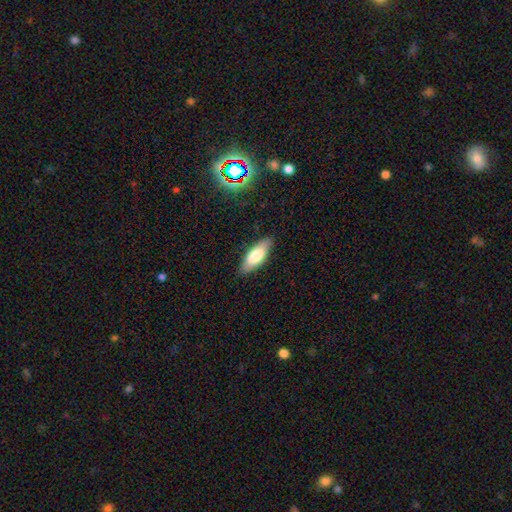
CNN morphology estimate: Smooth or featured?
  - smooth: 75% *
  - featured or disk: 19%
  - star or artifact: 6%
How rounded?
  - in between: 71% *
  - cigar-shaped: 27%
  - round: 2%
Merging?
  - none: 85% *
  - minor disturbance: 12%
  - major disturbance: 2%
  - merger: 1%